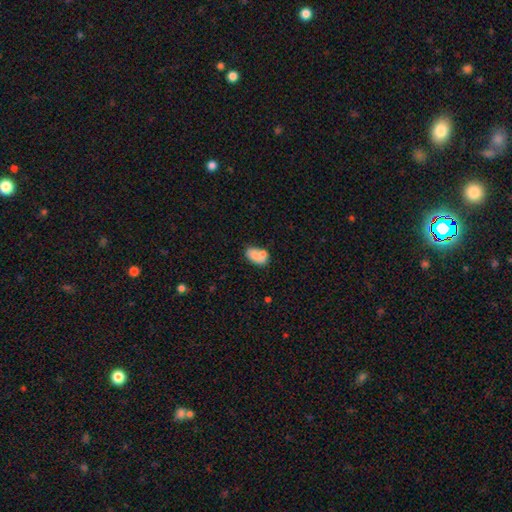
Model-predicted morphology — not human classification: smooth_or_featured: smooth (p=0.77) [alt: featured or disk p=0.15]
how_rounded: in between (p=0.88) [alt: round p=0.10]
merging: none (p=0.43) [alt: merger p=0.33]